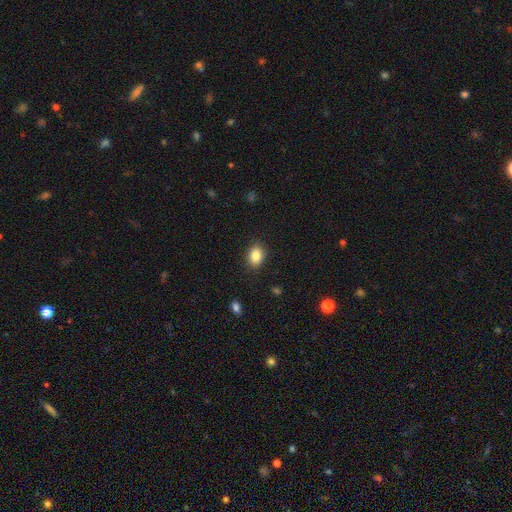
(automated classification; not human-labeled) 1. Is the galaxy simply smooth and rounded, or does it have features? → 86% smooth, 9% star or artifact, 5% featured or disk.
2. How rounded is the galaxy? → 68% in between, 31% round, 1% cigar-shaped.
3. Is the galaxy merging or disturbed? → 87% none, 9% minor disturbance, 2% major disturbance, 1% merger.